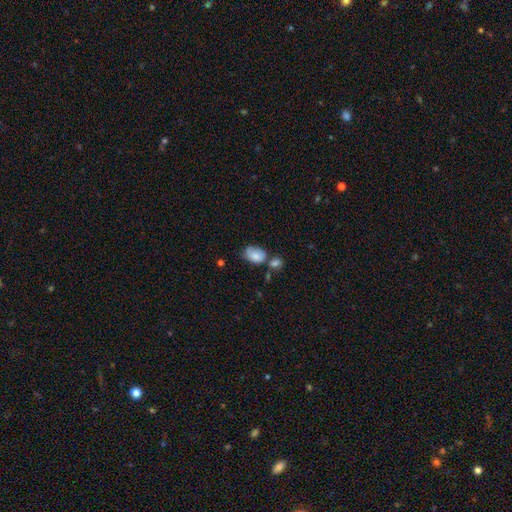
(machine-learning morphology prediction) This appears to be a smooth galaxy with no disk features (76%) that is in between round and cigar-shaped (85%). Merging: none (37%).